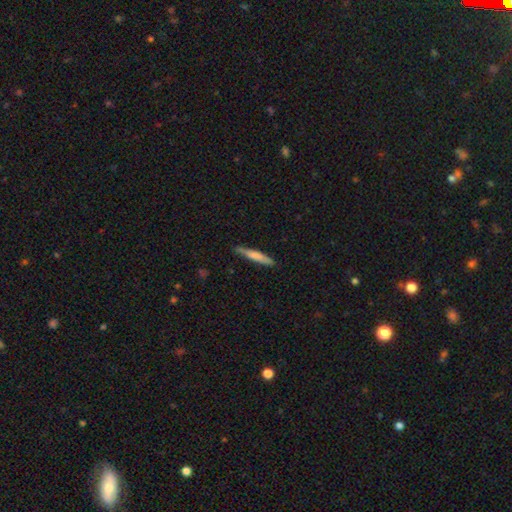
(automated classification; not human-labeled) A smooth galaxy with no disk features (70%) that is cigar-shaped (92%). Merging: none (82%).